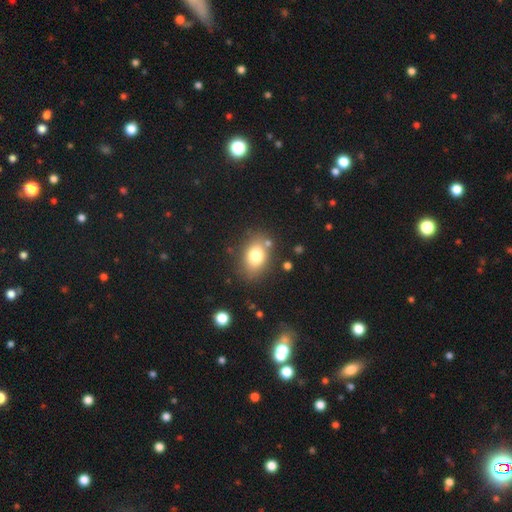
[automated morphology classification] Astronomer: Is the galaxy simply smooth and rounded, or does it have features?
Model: smooth — 76%.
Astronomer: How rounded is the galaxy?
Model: in between — 75%.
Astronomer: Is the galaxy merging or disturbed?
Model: none — 78%.